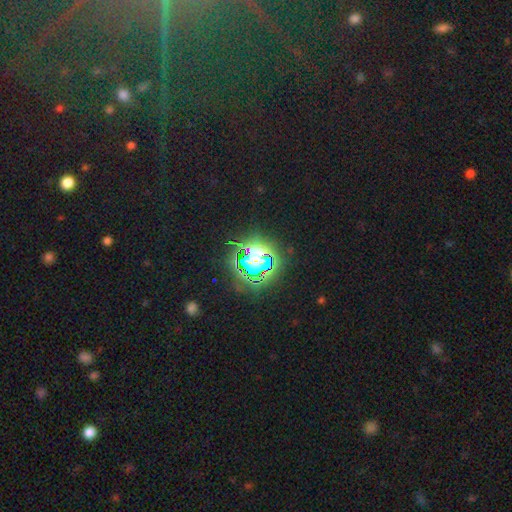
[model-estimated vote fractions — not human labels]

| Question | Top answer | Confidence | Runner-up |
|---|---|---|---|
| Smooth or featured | star or artifact | 77% | smooth (14%) |